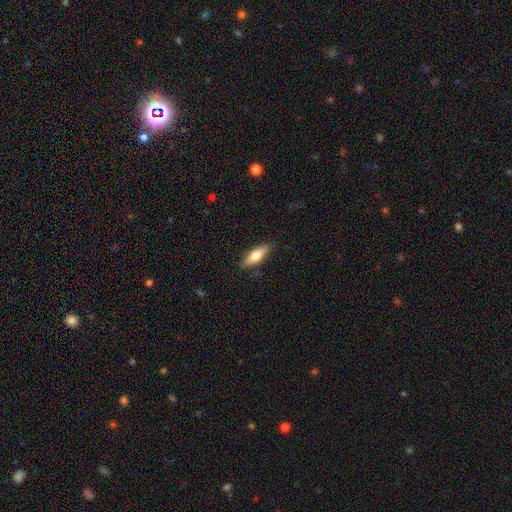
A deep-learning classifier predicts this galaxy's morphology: The model was most divided on "how rounded": in between: 50%, cigar-shaped: 48%, round: 2%. More confident: merging — none (86%); smooth or featured — smooth (64%).